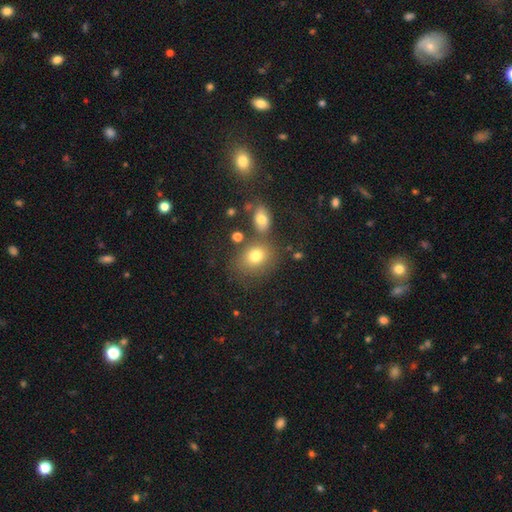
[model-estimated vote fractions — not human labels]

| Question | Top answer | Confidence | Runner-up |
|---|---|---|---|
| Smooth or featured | smooth | 75% | star or artifact (13%) |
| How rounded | round | 52% | in between (47%) |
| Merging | none | 64% | merger (16%) |